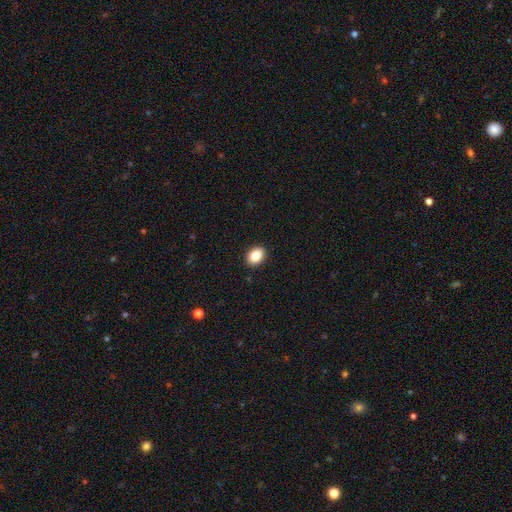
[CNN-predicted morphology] Overall: smooth (87%). How rounded: in between (76%). Merging: none (91%).